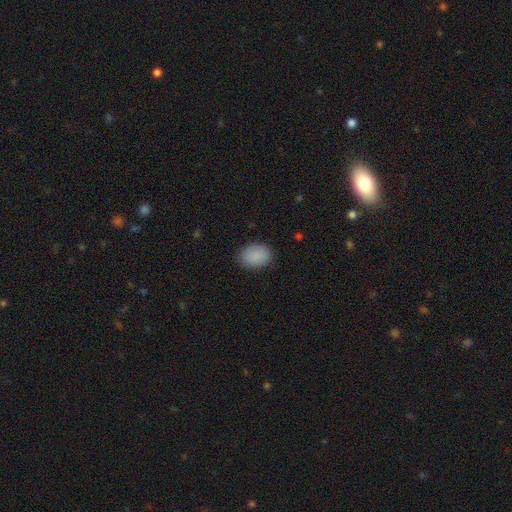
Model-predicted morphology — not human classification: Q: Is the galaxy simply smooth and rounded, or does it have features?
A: smooth — 89%.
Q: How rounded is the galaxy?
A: in between — 76%.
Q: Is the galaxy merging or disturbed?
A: none — 84%.